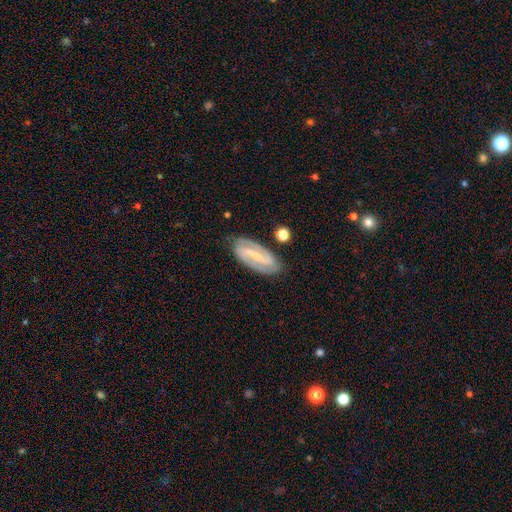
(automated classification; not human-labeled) smooth-or-featured: featured or disk: 83% | smooth: 11% | star or artifact: 6%
  disk-edge-on: no: 94% | yes: 6%
    bar: strong: 55% | weak: 31% | no: 13%
    has-spiral-arms: yes: 95% | no: 5%
      spiral-winding: medium: 43% | tight: 42% | loose: 15%
      spiral-arm-count: 2: 90% | can't tell: 5% | 3: 2% | 1: 1% | 4: 1% | more than 4: 1%
    bulge-size: small: 66% | moderate: 17% | none: 15% | large: 1% | dominant: 1%
  merging: none: 83% | minor disturbance: 12% | major disturbance: 3% | merger: 2%